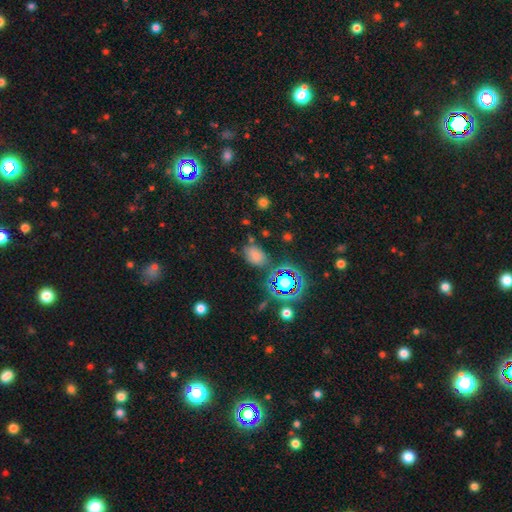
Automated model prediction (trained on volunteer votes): Smooth or featured? Predicted: smooth (p=0.66). How rounded? Predicted: in between (p=0.80). Merging? Predicted: none (p=0.67).